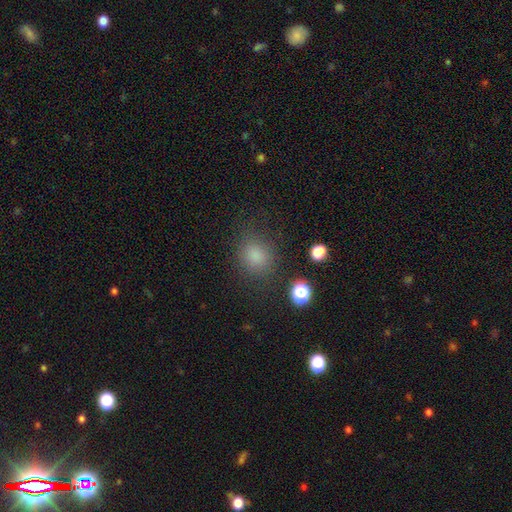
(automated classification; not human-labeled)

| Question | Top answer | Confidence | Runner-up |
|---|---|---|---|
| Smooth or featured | smooth | 80% | star or artifact (14%) |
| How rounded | round | 72% | in between (27%) |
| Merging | none | 79% | minor disturbance (12%) |